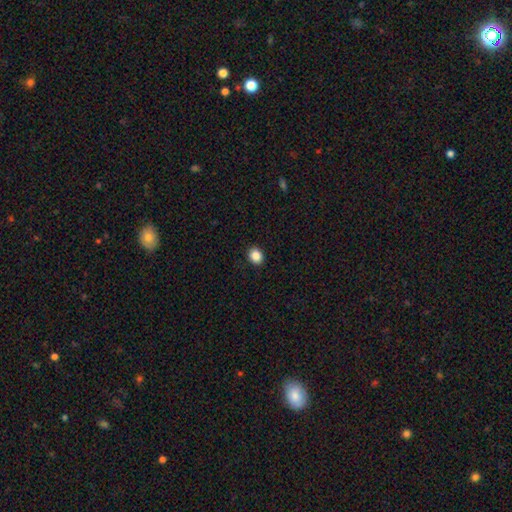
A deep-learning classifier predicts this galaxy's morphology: Smooth or featured?
  - smooth: 87% *
  - star or artifact: 10%
  - featured or disk: 3%
How rounded?
  - round: 65% *
  - in between: 34%
  - cigar-shaped: 1%
Merging?
  - none: 91% *
  - minor disturbance: 6%
  - major disturbance: 2%
  - merger: 1%